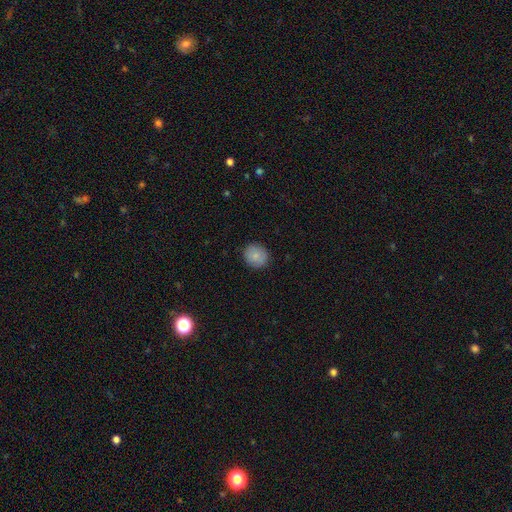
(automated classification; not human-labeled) Overall: smooth (84%). How rounded: round (83%). Merging: none (89%).